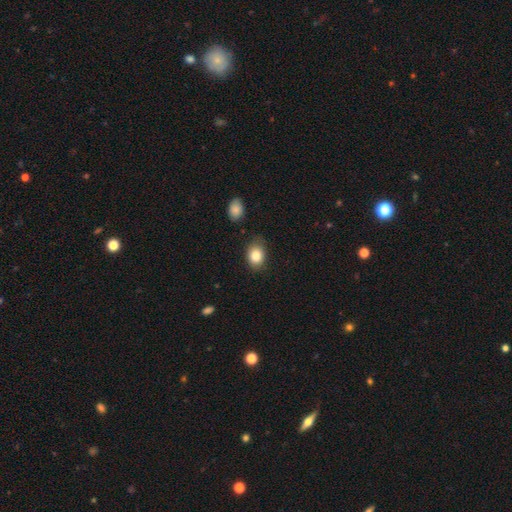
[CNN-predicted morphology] This appears to be a smooth galaxy with no disk features (85%) that is in between round and cigar-shaped (67%). Merging: none (73%).